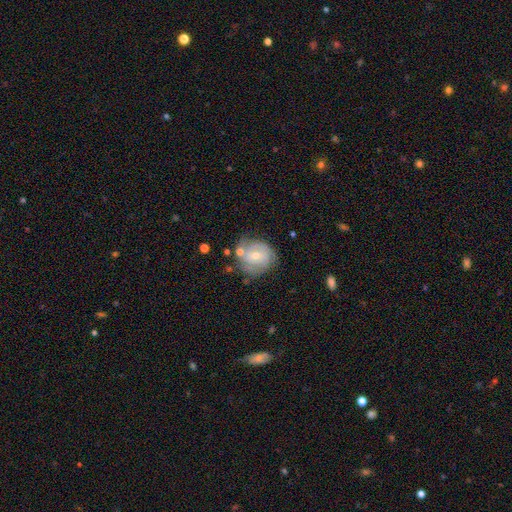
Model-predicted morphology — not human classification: Smooth or featured? Predicted: featured or disk (p=0.55). Edge-on disk? Predicted: no (p=0.97). Bar? Predicted: no (p=0.59). Spiral arms? Predicted: yes (p=0.66). Bulge size? Predicted: small (p=0.54). Merging? Predicted: none (p=0.55).